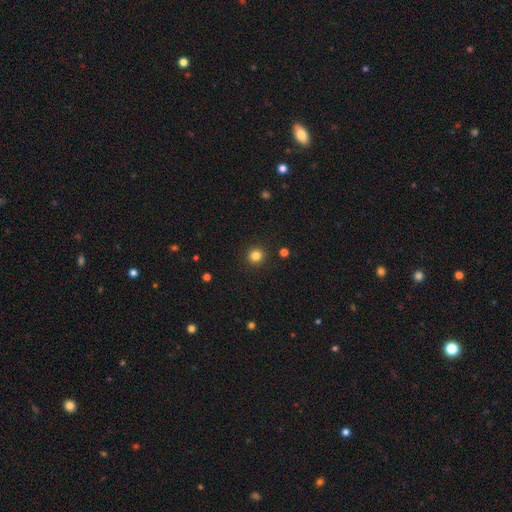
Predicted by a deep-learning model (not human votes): The model was most divided on "smooth or featured": smooth: 82%, star or artifact: 13%, featured or disk: 5%. More confident: how rounded — round (93%); merging — none (92%).